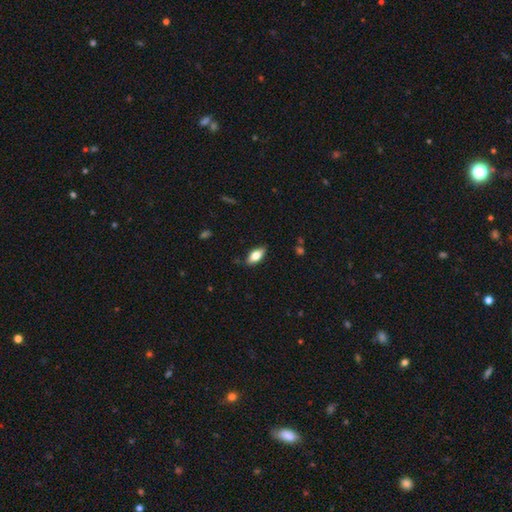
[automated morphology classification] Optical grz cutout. It shows a smooth galaxy with no disk features (73%) that is in between round and cigar-shaped (85%). Merging: none (85%).